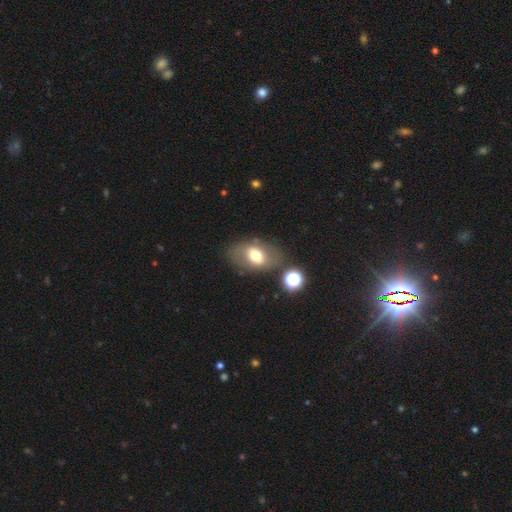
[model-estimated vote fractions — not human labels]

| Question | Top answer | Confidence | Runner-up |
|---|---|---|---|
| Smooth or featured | smooth | 63% | featured or disk (27%) |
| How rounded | in between | 83% | round (15%) |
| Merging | none | 67% | minor disturbance (17%) |